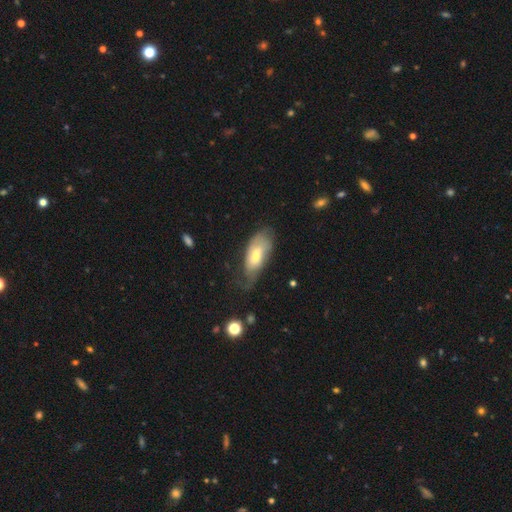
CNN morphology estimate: Smooth or featured: smooth — 51% (featured or disk — 42%)
How rounded: in between — 84% (cigar-shaped — 13%)
Merging: none — 39% (minor disturbance — 34%)